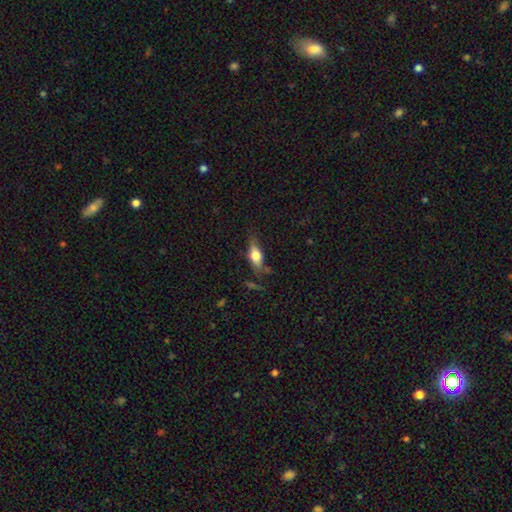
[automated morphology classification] smooth_or_featured: smooth (p=0.60) [alt: featured or disk p=0.32]
how_rounded: in between (p=0.68) [alt: cigar-shaped p=0.27]
merging: none (p=0.61) [alt: minor disturbance p=0.24]